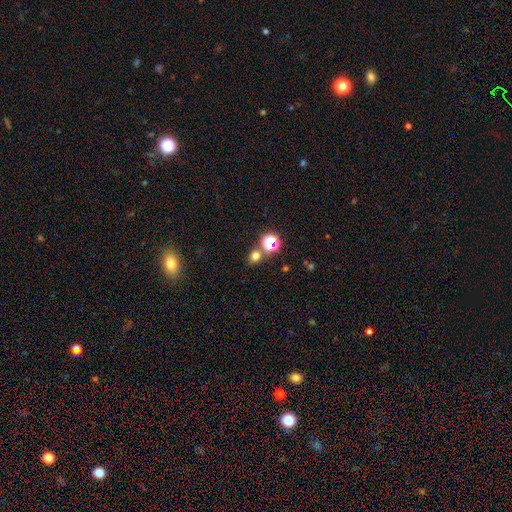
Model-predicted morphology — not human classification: Smooth or featured: smooth — 66% (star or artifact — 27%)
How rounded: round — 69% (in between — 30%)
Merging: none — 72% (merger — 16%)